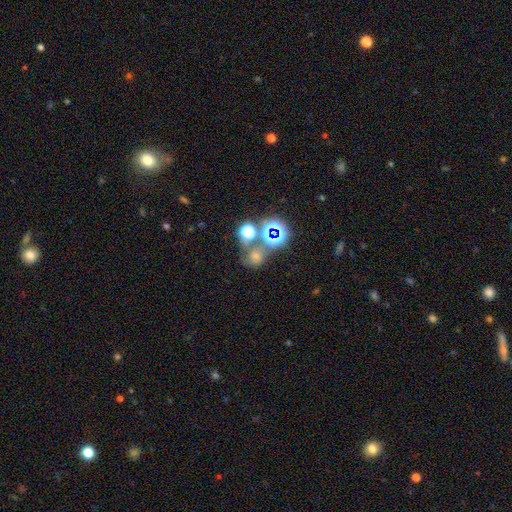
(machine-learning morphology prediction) type=smooth (48%); merging=none (47%).